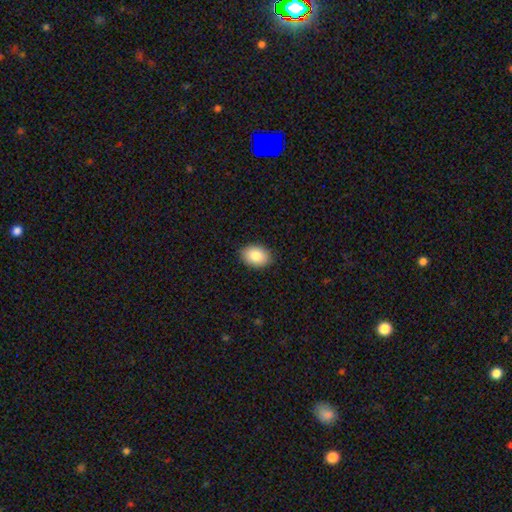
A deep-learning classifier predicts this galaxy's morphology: type=smooth (85%); roundness=in between (81%); merging=none (89%).